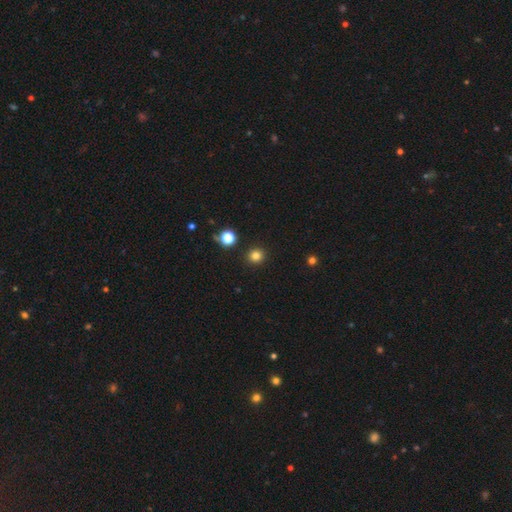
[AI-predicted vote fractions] Smooth or featured? Predicted: smooth (p=0.82). How rounded? Predicted: round (p=0.92). Merging? Predicted: none (p=0.92).